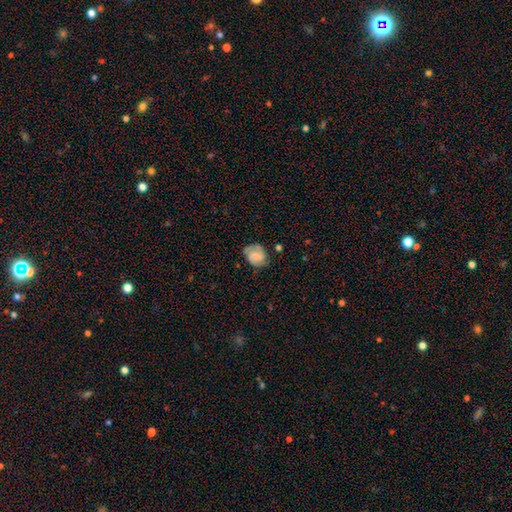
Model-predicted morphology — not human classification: Smooth or featured?
  - featured or disk: 62% *
  - smooth: 31%
  - star or artifact: 8%
Edge-on disk?
  - no: 98% *
  - yes: 2%
Bar?
  - no: 47% *
  - weak: 42%
  - strong: 12%
Spiral arms?
  - yes: 91% *
  - no: 9%
Spiral winding?
  - tight: 47% *
  - medium: 41%
  - loose: 12%
Spiral arm count?
  - 2: 75% *
  - can't tell: 11%
  - 1: 7%
  - 3: 5%
  - 4: 1%
  - more than 4: 1%
Bulge size?
  - small: 37% *
  - none: 35%
  - moderate: 20%
  - large: 6%
  - dominant: 2%
Merging?
  - none: 68% *
  - minor disturbance: 22%
  - major disturbance: 8%
  - merger: 2%